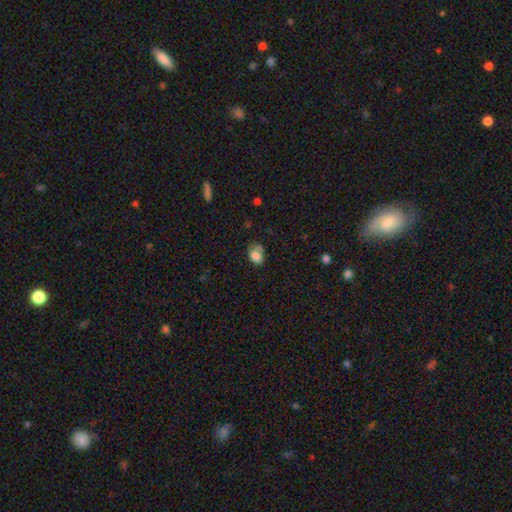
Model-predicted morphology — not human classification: smooth-or-featured: smooth: 80% | star or artifact: 10% | featured or disk: 10%
  how-rounded: in between: 72% | round: 27% | cigar-shaped: 1%
  merging: none: 46% | minor disturbance: 25% | merger: 19% | major disturbance: 10%